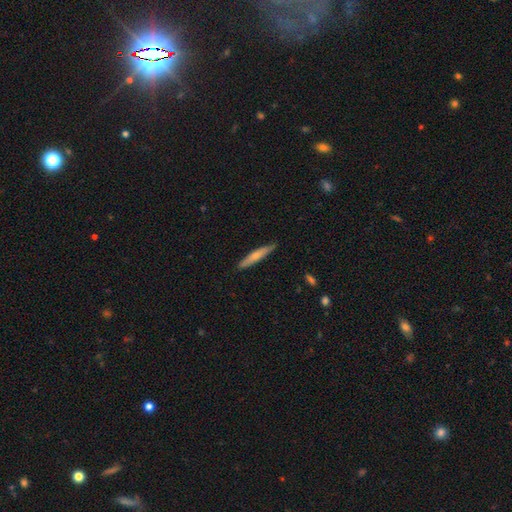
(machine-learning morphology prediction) The model was most divided on "smooth or featured": smooth: 63%, featured or disk: 32%, star or artifact: 5%. More confident: how rounded — cigar-shaped (92%); merging — none (87%).